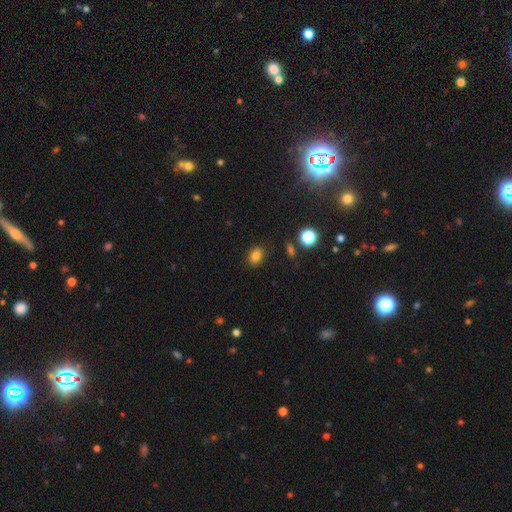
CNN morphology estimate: This appears to be a smooth galaxy with no disk features (82%) that is in between round and cigar-shaped (69%). Merging: none (84%).